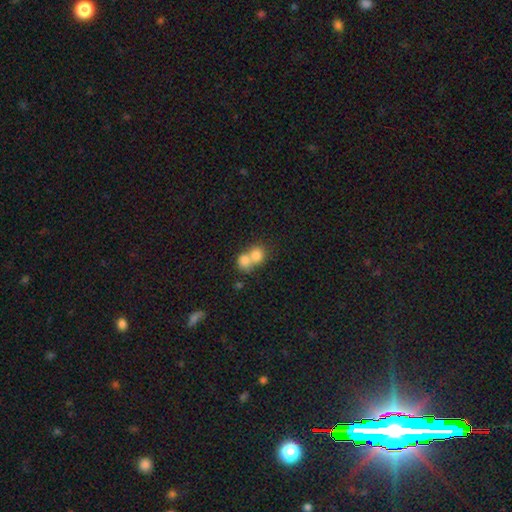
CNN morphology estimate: Smooth or featured: smooth — 78% (featured or disk — 12%)
How rounded: round — 75% (in between — 24%)
Merging: merger — 68% (none — 25%)